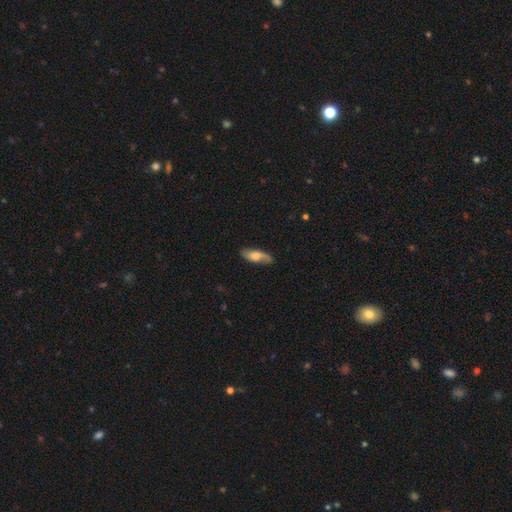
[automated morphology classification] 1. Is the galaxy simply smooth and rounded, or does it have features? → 52% smooth, 42% featured or disk, 6% star or artifact.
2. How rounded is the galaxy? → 66% in between, 31% cigar-shaped, 3% round.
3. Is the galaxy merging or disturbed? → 76% none, 18% minor disturbance, 4% major disturbance, 2% merger.